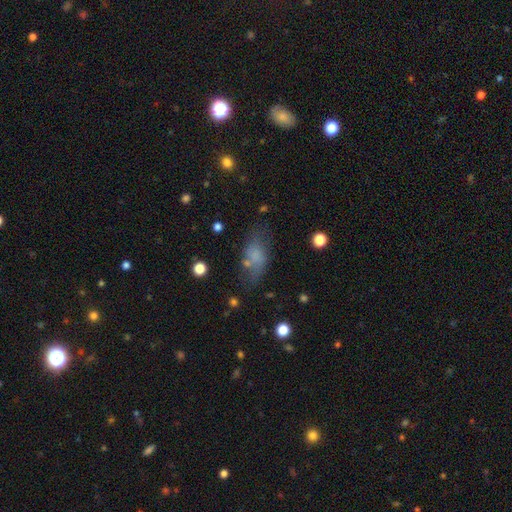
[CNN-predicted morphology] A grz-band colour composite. It shows a smooth galaxy with no disk features (68%) that is in between round and cigar-shaped (86%). Merging: none (54%).